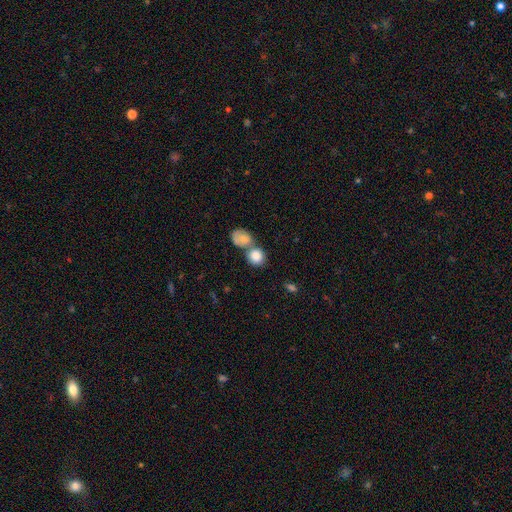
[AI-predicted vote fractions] This is clearly a smooth galaxy (83%). How rounded: likely round (80%). Merging: possibly merger (48%).